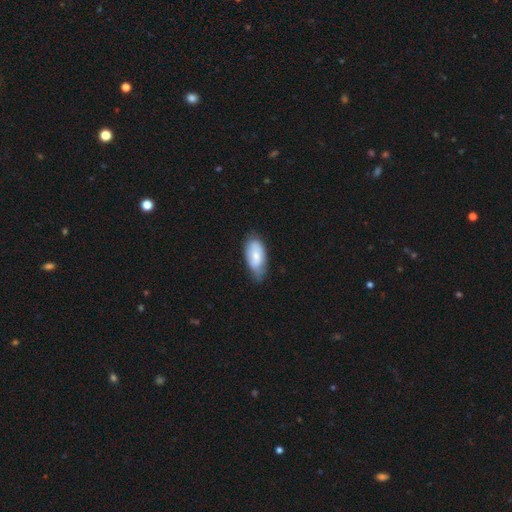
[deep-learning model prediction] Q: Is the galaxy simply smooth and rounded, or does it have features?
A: smooth — 71%.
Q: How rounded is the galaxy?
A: in between — 92%.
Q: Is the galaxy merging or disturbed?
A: none — 58%.